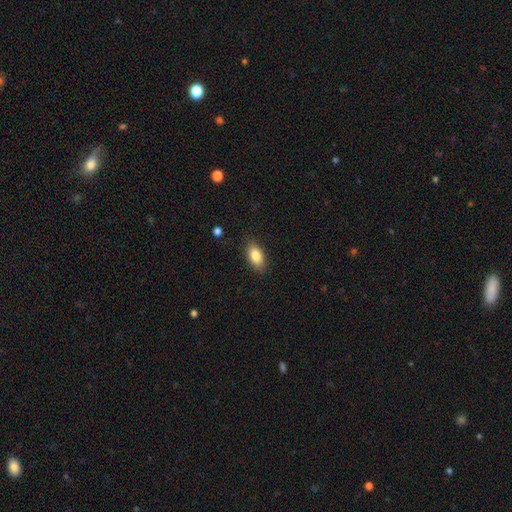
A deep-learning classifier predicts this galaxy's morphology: Smooth or featured? Predicted: smooth (p=0.84). How rounded? Predicted: in between (p=0.90). Merging? Predicted: none (p=0.85).